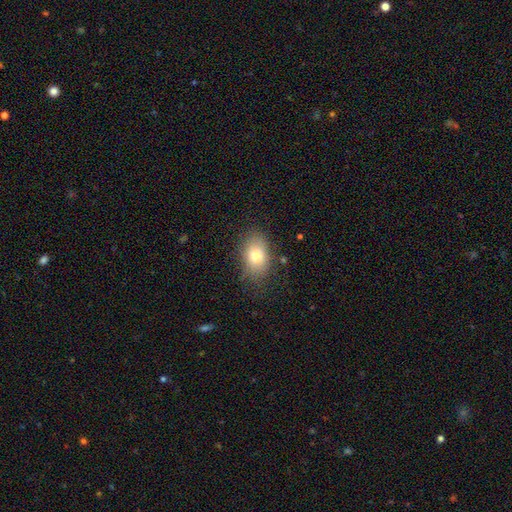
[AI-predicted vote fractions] smooth-or-featured: smooth: 78% | featured or disk: 13% | star or artifact: 9%
  how-rounded: in between: 85% | round: 14% | cigar-shaped: 2%
  merging: none: 76% | minor disturbance: 17% | major disturbance: 5% | merger: 2%